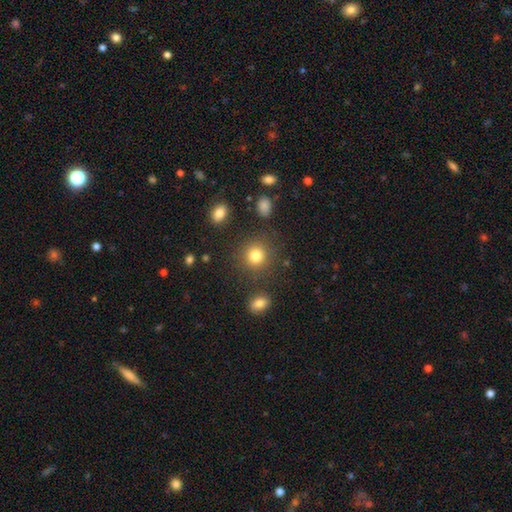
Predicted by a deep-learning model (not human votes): A smooth galaxy with no disk features (81%) that is round (89%).

Vote fractions:
- Smooth or featured? smooth: 81% / star or artifact: 12% / featured or disk: 7%
- How rounded? round: 89% / in between: 10% / cigar-shaped: 1%
- Merging? none: 83% / minor disturbance: 8% / merger: 4% / major disturbance: 4%